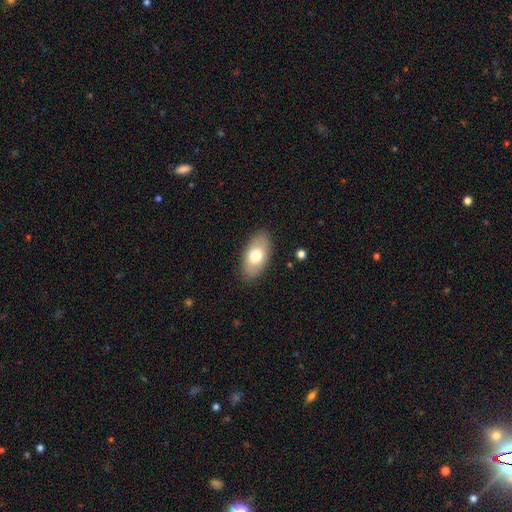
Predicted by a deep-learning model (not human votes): This is likely a smooth galaxy (71%). How rounded: clearly in between (93%). Merging: clearly none (86%).